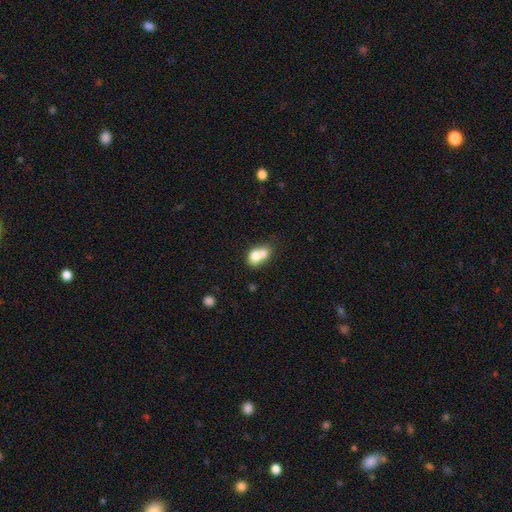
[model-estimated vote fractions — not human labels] The model was most divided on "how rounded": in between: 53%, round: 45%, cigar-shaped: 1%. More confident: smooth or featured — smooth (70%); merging — merger (67%).